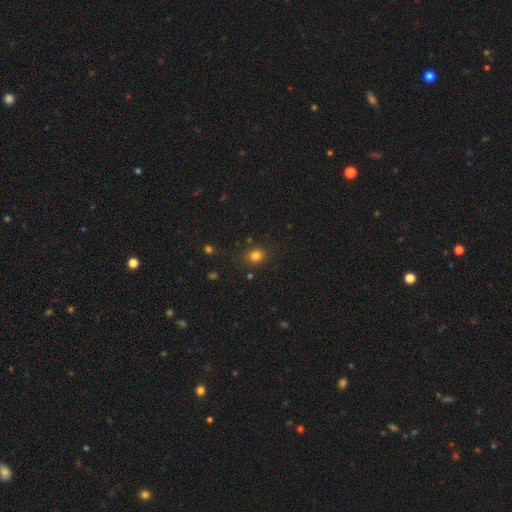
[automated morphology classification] Smooth or featured? Predicted: smooth (p=0.80). How rounded? Predicted: round (p=0.74). Merging? Predicted: none (p=0.84).